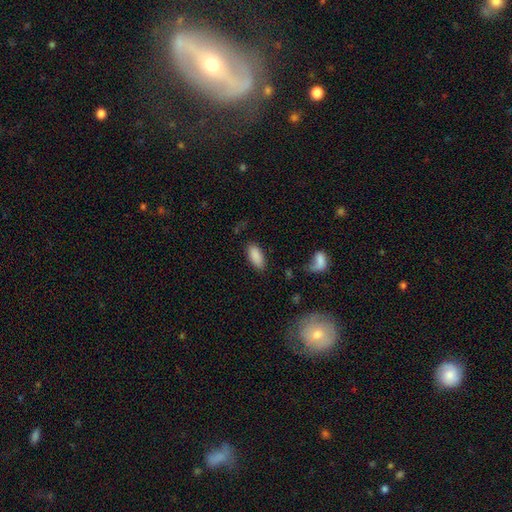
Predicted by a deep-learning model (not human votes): smooth 88%, star or artifact 7%, featured or disk 5%. Down the decision tree: how rounded — in between (90%); merging — none (82%).